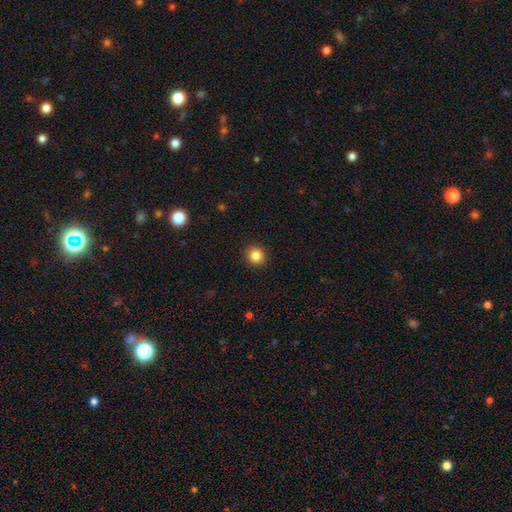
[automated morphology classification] Smooth or featured? Predicted: smooth (p=0.85). How rounded? Predicted: round (p=0.92). Merging? Predicted: none (p=0.92).